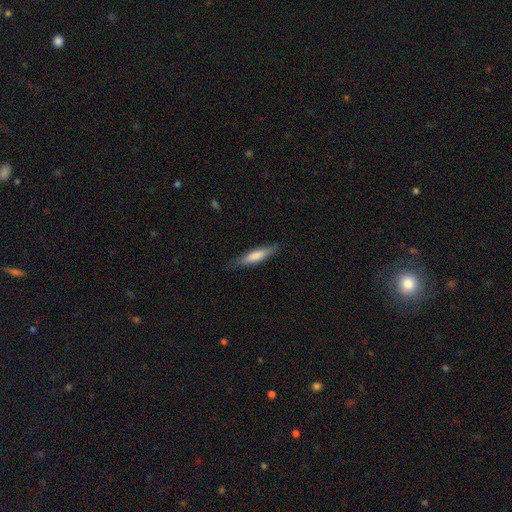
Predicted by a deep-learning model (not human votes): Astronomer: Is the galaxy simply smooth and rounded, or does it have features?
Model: smooth — 71%.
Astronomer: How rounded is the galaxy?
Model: cigar-shaped — 81%.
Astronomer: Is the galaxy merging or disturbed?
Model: none — 82%.